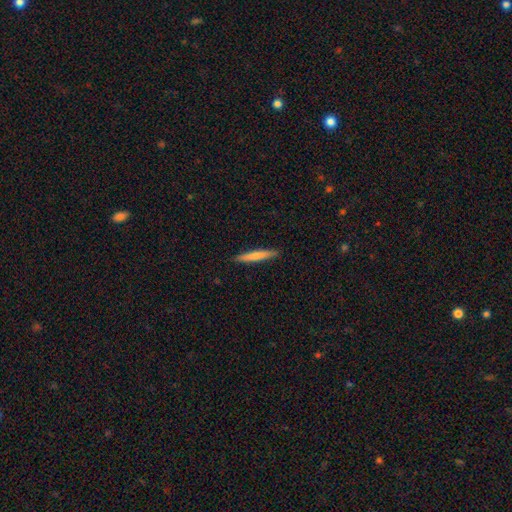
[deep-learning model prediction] This appears to be a smooth galaxy with no disk features (71%) that is cigar-shaped (95%). Merging: none (90%).